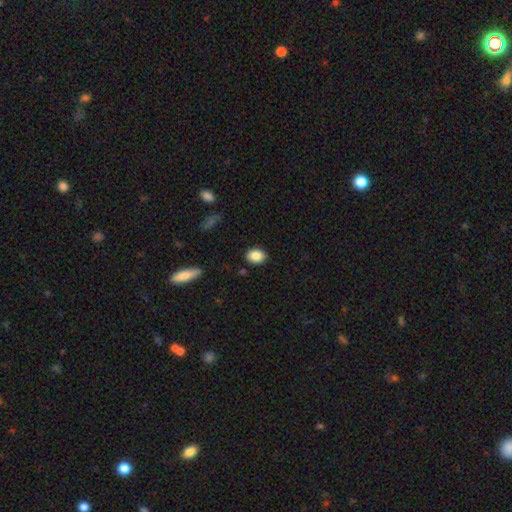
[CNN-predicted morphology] Smooth or featured?
  - smooth: 87% *
  - star or artifact: 8%
  - featured or disk: 5%
How rounded?
  - in between: 65% *
  - round: 34%
  - cigar-shaped: 1%
Merging?
  - none: 87% *
  - minor disturbance: 10%
  - major disturbance: 2%
  - merger: 2%